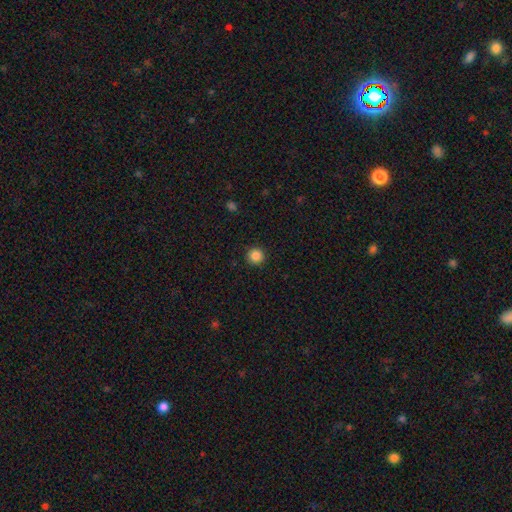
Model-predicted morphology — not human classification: Smooth or featured?
  - smooth: 86% *
  - star or artifact: 11%
  - featured or disk: 3%
How rounded?
  - round: 95% *
  - in between: 4%
  - cigar-shaped: 1%
Merging?
  - none: 92% *
  - minor disturbance: 5%
  - major disturbance: 2%
  - merger: 1%